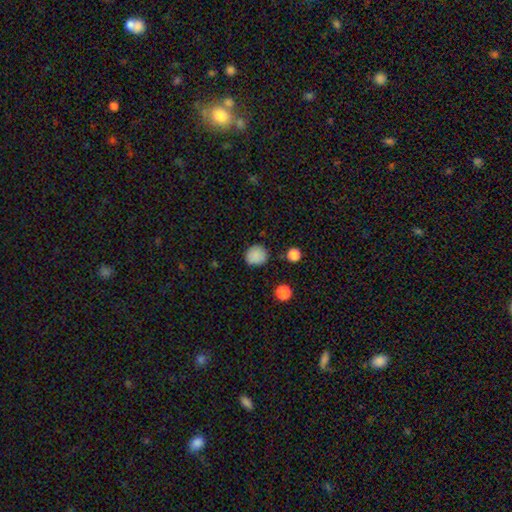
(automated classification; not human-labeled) Morphology: type=smooth (86%); roundness=round (85%); merging=none (84%).